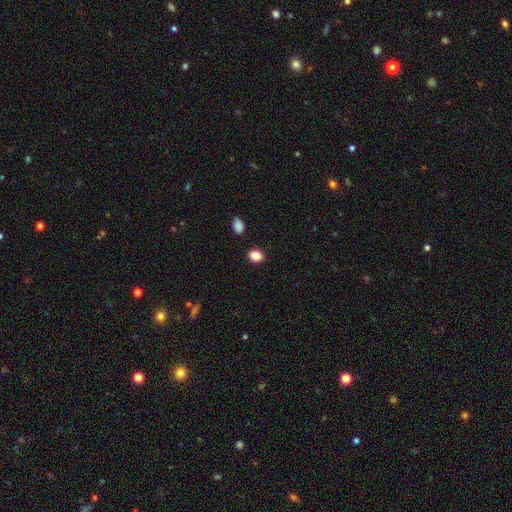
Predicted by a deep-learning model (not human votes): This is clearly a smooth galaxy (87%). How rounded: possibly in between (56%). Merging: clearly none (88%).